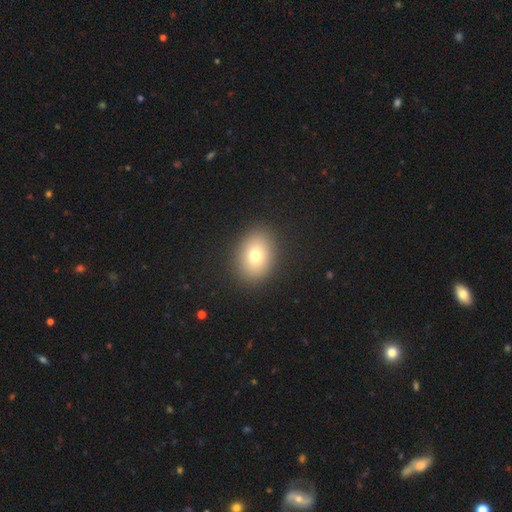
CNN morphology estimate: Smooth or featured?
  - smooth: 74% *
  - featured or disk: 13%
  - star or artifact: 13%
How rounded?
  - in between: 58% *
  - round: 41%
  - cigar-shaped: 1%
Merging?
  - none: 89% *
  - minor disturbance: 7%
  - major disturbance: 3%
  - merger: 1%